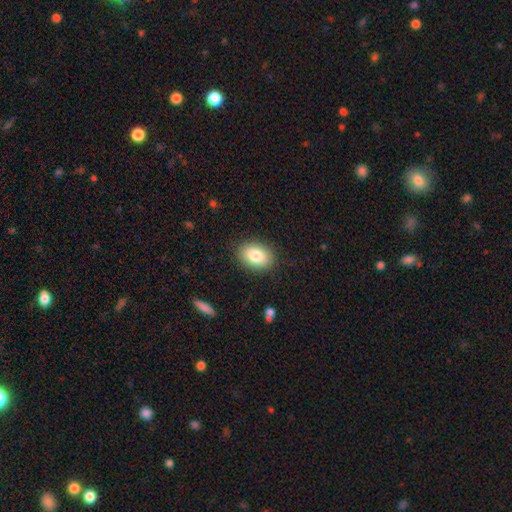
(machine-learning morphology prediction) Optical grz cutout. It shows a smooth galaxy with no disk features (83%) that is in between round and cigar-shaped (80%). Merging: none (87%).